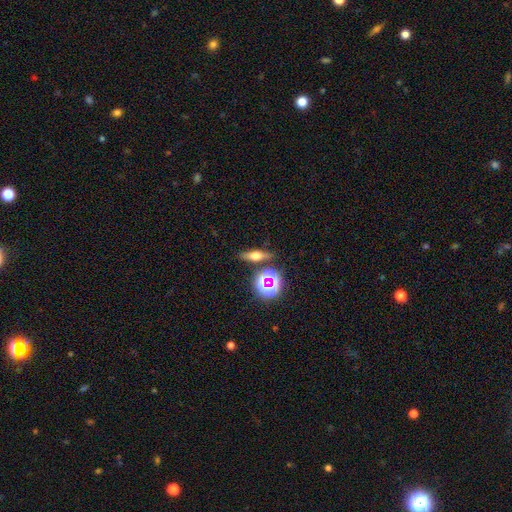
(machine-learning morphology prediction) This is marginally a smooth galaxy (42%). Merging: clearly none (82%).